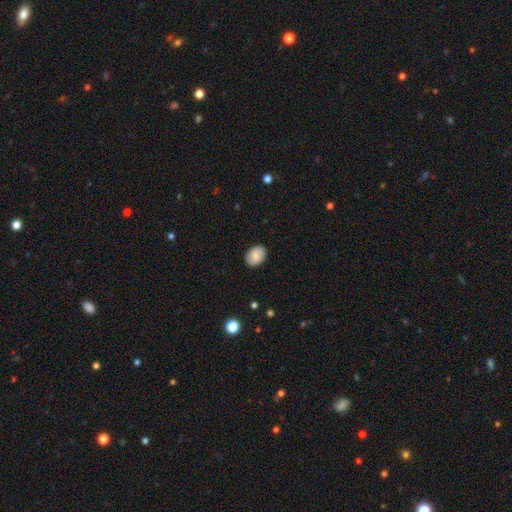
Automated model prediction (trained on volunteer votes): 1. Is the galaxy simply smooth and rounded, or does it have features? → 75% smooth, 17% featured or disk, 7% star or artifact.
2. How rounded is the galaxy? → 67% in between, 32% round, 1% cigar-shaped.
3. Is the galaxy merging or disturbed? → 87% none, 10% minor disturbance, 2% major disturbance, 1% merger.